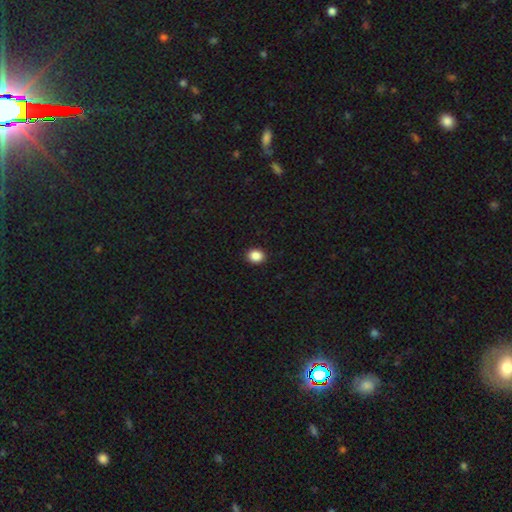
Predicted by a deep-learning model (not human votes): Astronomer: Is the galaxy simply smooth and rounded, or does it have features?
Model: smooth — 88%.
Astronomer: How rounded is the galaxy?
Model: round — 63%.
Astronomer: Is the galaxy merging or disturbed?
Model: none — 92%.